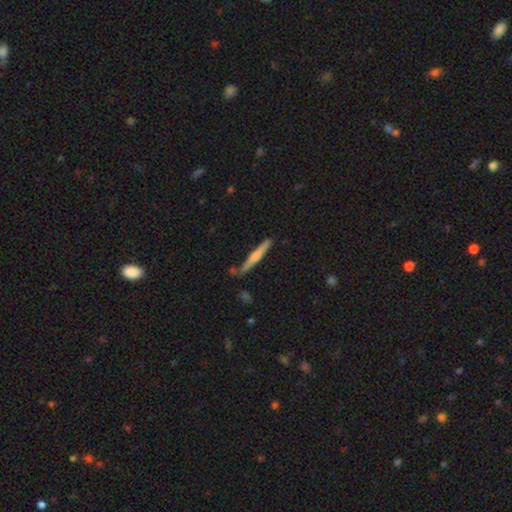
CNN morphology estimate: This appears to be a featured or disk galaxy (51%) viewed edge-on (97%). Merging: none (82%).